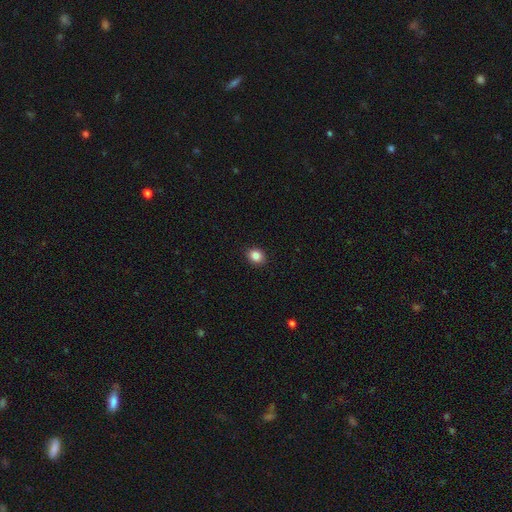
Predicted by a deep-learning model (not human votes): Smooth or featured: smooth — 86% (star or artifact — 10%)
How rounded: round — 55% (in between — 44%)
Merging: none — 91% (minor disturbance — 6%)